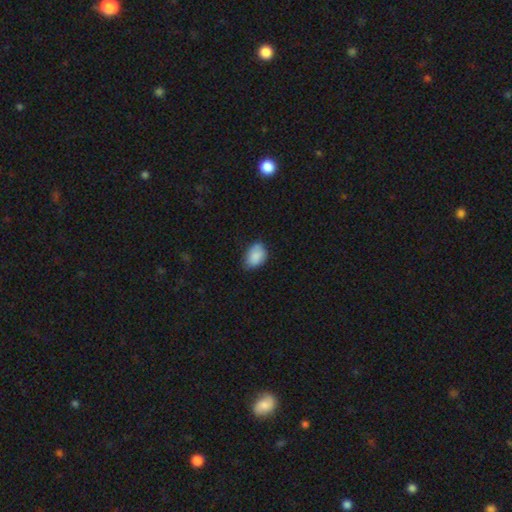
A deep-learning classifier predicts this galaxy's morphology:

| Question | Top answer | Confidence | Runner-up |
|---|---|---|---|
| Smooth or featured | smooth | 88% | star or artifact (7%) |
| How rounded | in between | 80% | round (19%) |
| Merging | none | 63% | minor disturbance (31%) |